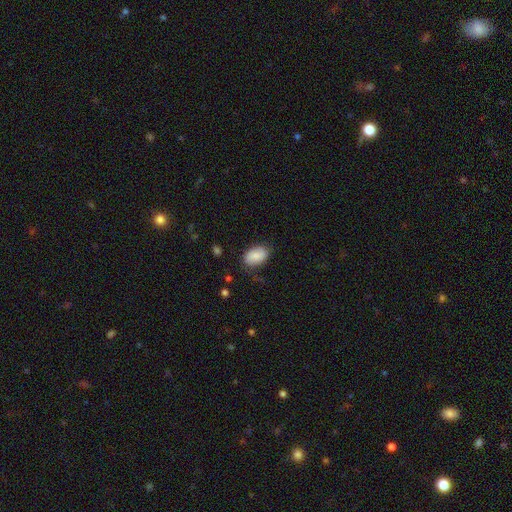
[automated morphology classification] type=smooth (83%); roundness=in between (91%); merging=none (70%).